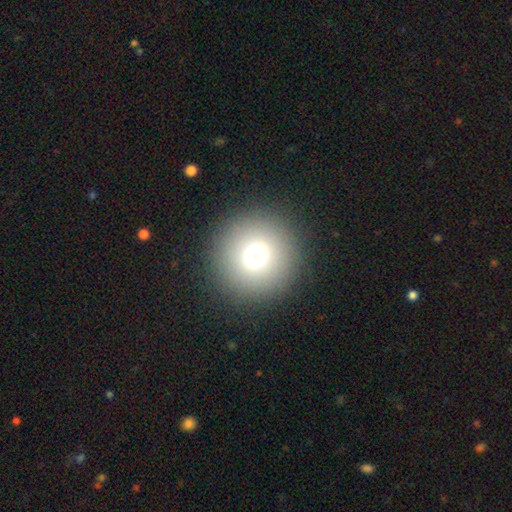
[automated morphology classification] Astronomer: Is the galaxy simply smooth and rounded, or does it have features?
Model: smooth — 72%.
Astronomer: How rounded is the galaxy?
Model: round — 96%.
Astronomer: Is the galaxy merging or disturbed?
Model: none — 91%.